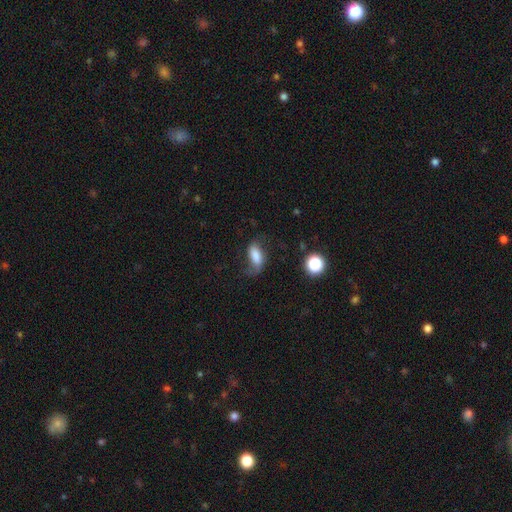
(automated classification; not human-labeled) A smooth galaxy with no disk features (63%) that is in between round and cigar-shaped (86%). Merging: none (49%).